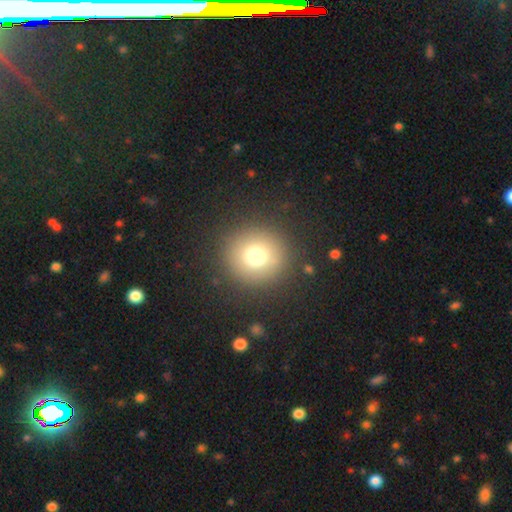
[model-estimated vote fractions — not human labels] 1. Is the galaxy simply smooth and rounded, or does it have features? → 75% smooth, 15% star or artifact, 10% featured or disk.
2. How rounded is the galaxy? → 95% round, 4% in between, 1% cigar-shaped.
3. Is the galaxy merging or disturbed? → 89% none, 6% minor disturbance, 3% major disturbance, 1% merger.